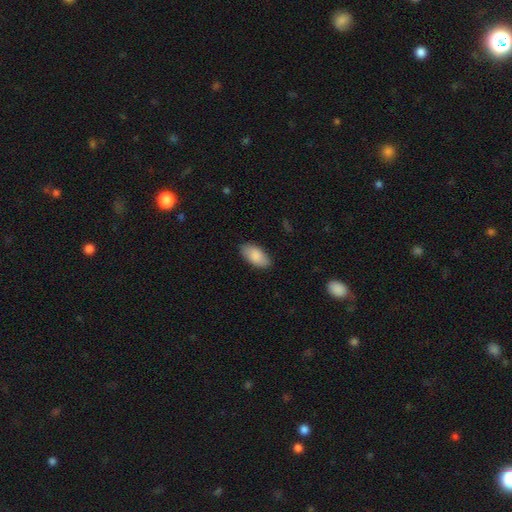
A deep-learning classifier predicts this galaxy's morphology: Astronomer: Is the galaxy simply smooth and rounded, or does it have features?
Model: smooth — 88%.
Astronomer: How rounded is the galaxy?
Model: in between — 94%.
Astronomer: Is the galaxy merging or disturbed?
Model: none — 87%.